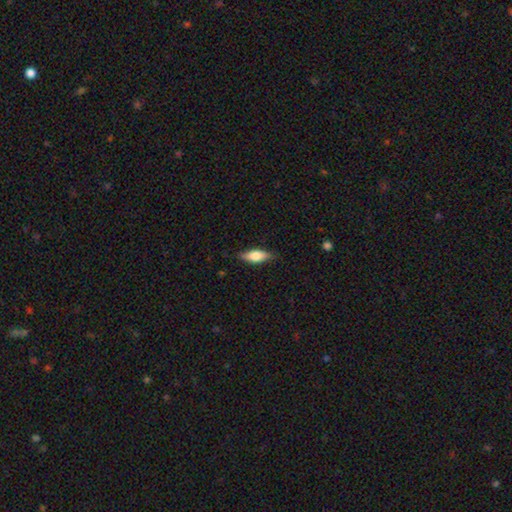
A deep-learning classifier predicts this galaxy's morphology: smooth 70%, featured or disk 24%, star or artifact 6%. Down the decision tree: how rounded — in between (69%); merging — none (81%).